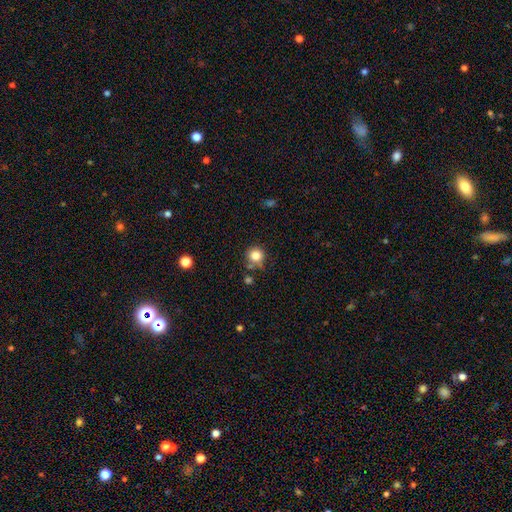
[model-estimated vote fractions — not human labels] The model was most divided on "merging": none: 70%, minor disturbance: 16%, merger: 9%, major disturbance: 5%. More confident: how rounded — round (91%); smooth or featured — smooth (82%).